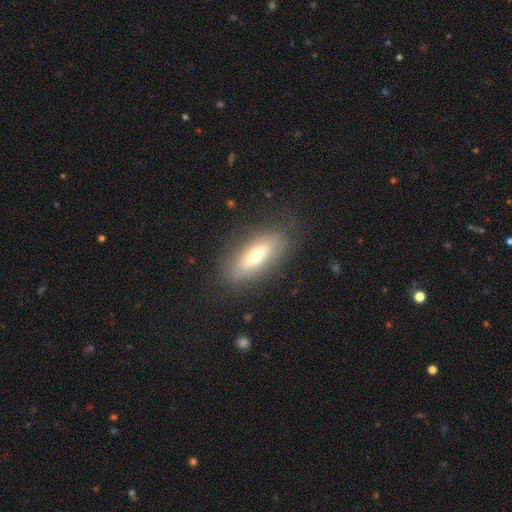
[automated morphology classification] Smooth or featured?
  - smooth: 62% *
  - featured or disk: 31%
  - star or artifact: 8%
How rounded?
  - in between: 64% *
  - cigar-shaped: 33%
  - round: 3%
Merging?
  - none: 83% *
  - minor disturbance: 12%
  - major disturbance: 4%
  - merger: 1%